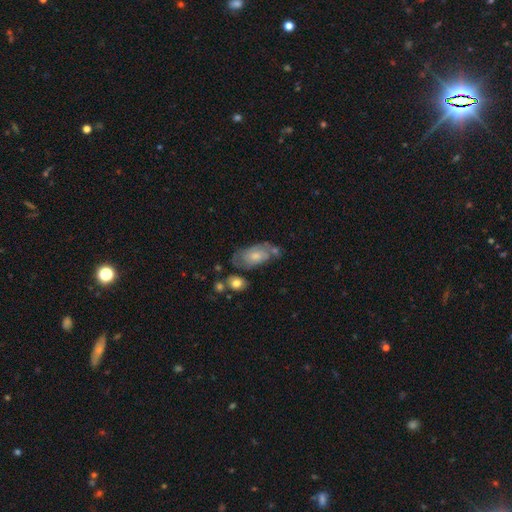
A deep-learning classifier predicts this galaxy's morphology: The model was most divided on "smooth or featured": smooth: 52%, featured or disk: 41%, star or artifact: 7%. Remaining: how rounded — in between (91%); merging — none (45%).